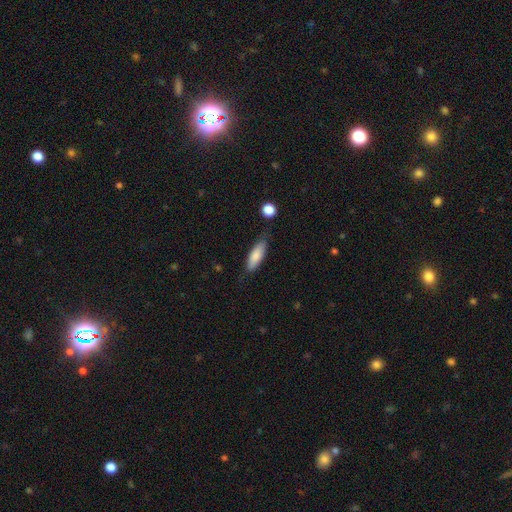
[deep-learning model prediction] Q: Smooth or featured?
A: smooth (83%); runner-up: featured or disk (11%)
Q: How rounded?
A: in between (59%); runner-up: cigar-shaped (39%)
Q: Merging?
A: none (74%); runner-up: minor disturbance (19%)